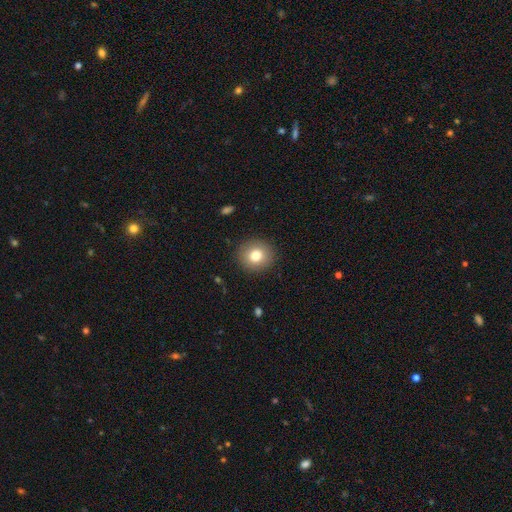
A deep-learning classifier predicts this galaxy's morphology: Q: Smooth or featured?
A: smooth (78%); runner-up: featured or disk (12%)
Q: How rounded?
A: round (90%); runner-up: in between (9%)
Q: Merging?
A: none (90%); runner-up: minor disturbance (6%)